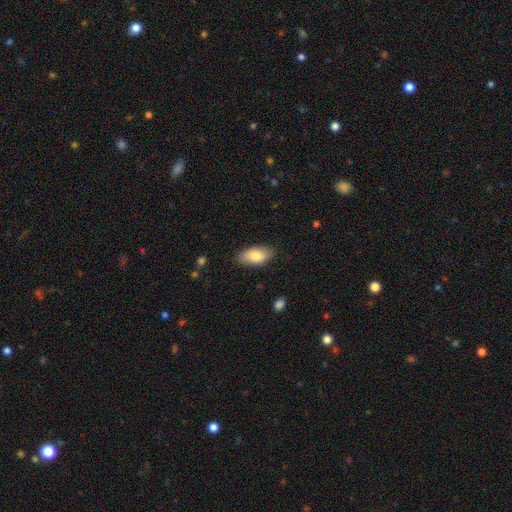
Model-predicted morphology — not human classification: Smooth or featured? Predicted: smooth (p=0.81). How rounded? Predicted: in between (p=0.91). Merging? Predicted: none (p=0.83).